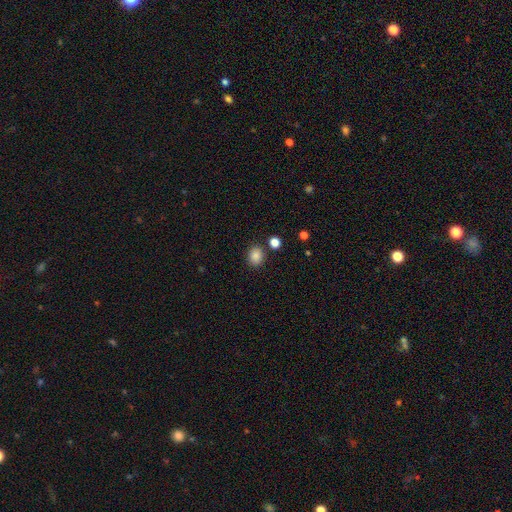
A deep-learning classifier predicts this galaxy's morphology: Overall: smooth (85%). How rounded: round (57%; in between 42%). Merging: none (85%).